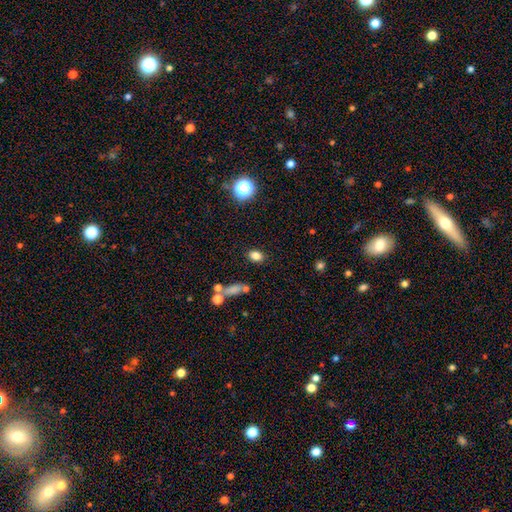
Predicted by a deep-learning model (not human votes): smooth 81%, star or artifact 13%, featured or disk 7%. Down the decision tree: how rounded — in between (72%); merging — none (82%).